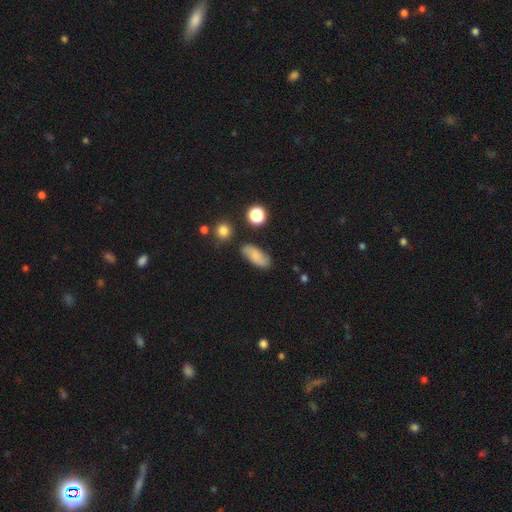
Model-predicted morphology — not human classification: smooth-or-featured: smooth: 68% | featured or disk: 21% | star or artifact: 10%
  how-rounded: in between: 80% | cigar-shaped: 14% | round: 5%
  merging: none: 77% | minor disturbance: 15% | major disturbance: 4% | merger: 4%